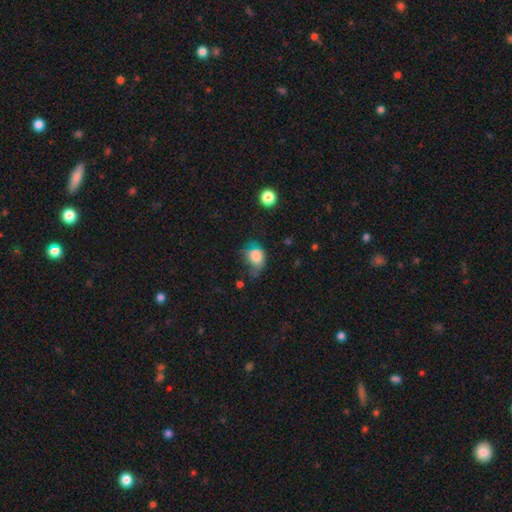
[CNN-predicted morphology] smooth 76%, featured or disk 14%, star or artifact 10%. Down the decision tree: how rounded — in between (58%); merging — minor disturbance (35%).